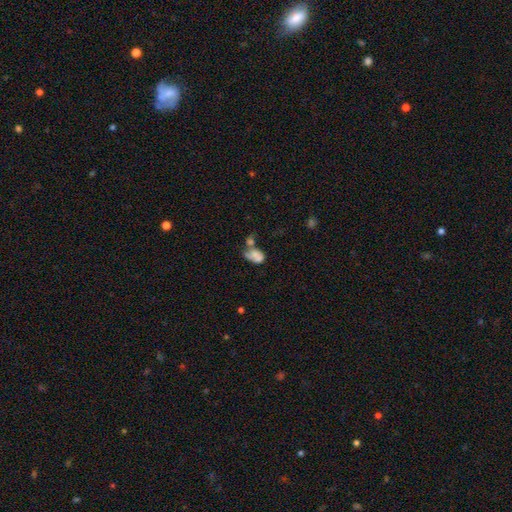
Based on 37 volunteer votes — smooth 57%, featured or disk 35%, star or artifact 8%. Down the decision tree: how rounded — in between (95%); merging — merger (53%).